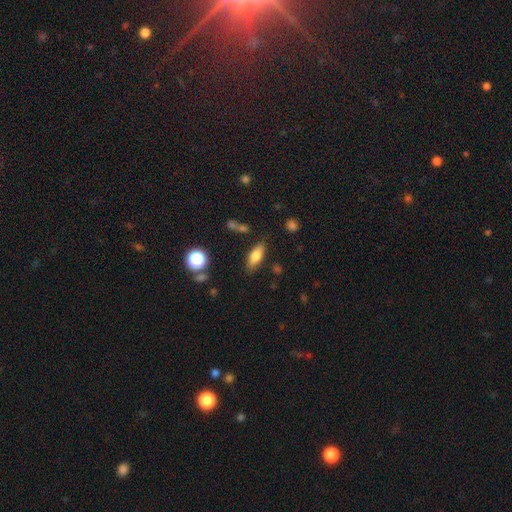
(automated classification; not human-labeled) Smooth or featured? smooth (74%)
How rounded? in between (74%)
Merging? none (81%)